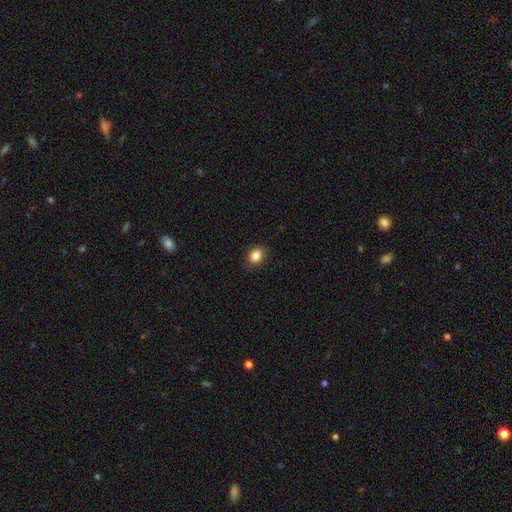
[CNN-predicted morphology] smooth 86%, star or artifact 10%, featured or disk 4%. Down the decision tree: how rounded — round (59%); merging — none (88%).